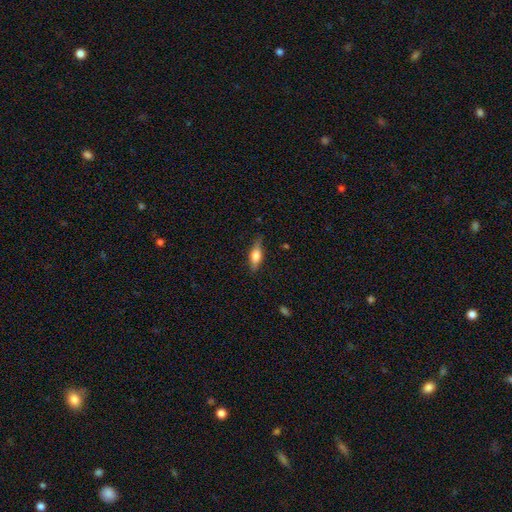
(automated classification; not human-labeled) Smooth or featured?
  - smooth: 57% *
  - featured or disk: 36%
  - star or artifact: 7%
How rounded?
  - in between: 58% *
  - cigar-shaped: 38%
  - round: 4%
Merging?
  - none: 77% *
  - minor disturbance: 17%
  - major disturbance: 4%
  - merger: 1%